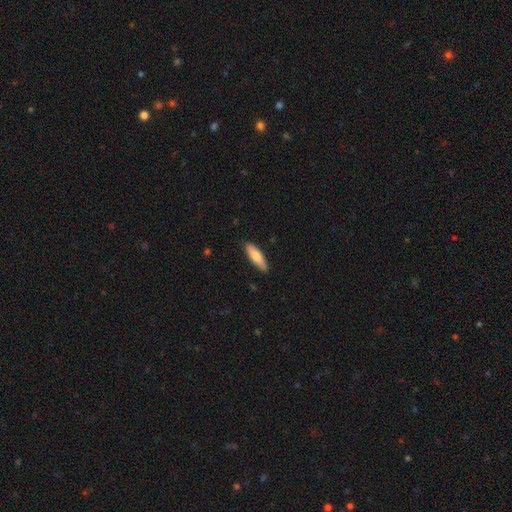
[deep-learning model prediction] smooth 75%, featured or disk 19%, star or artifact 5%. Down the decision tree: how rounded — cigar-shaped (53%); merging — none (87%).